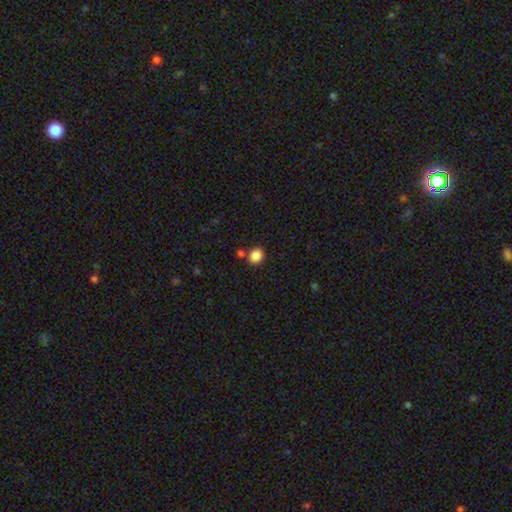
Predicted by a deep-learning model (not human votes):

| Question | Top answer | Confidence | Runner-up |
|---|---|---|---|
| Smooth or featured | smooth | 86% | star or artifact (10%) |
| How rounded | round | 64% | in between (35%) |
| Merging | none | 76% | merger (11%) |